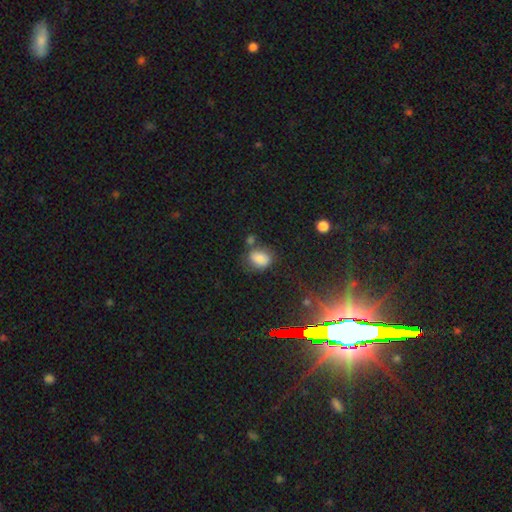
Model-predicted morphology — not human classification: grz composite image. It shows a smooth galaxy with no disk features (79%) that is in between round and cigar-shaped (60%). Merging: none (57%).